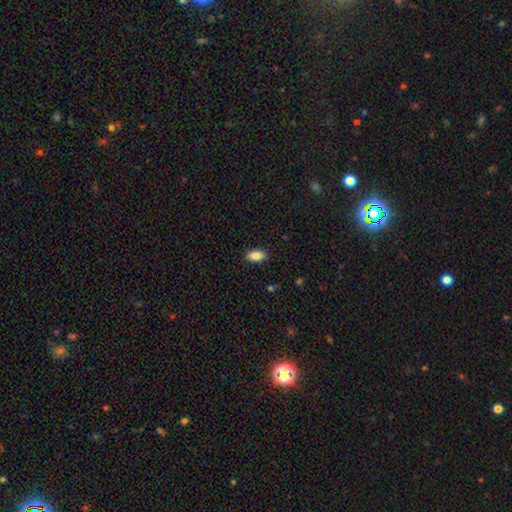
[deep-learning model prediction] Smooth or featured? Predicted: smooth (p=0.86). How rounded? Predicted: in between (p=0.90). Merging? Predicted: none (p=0.88).